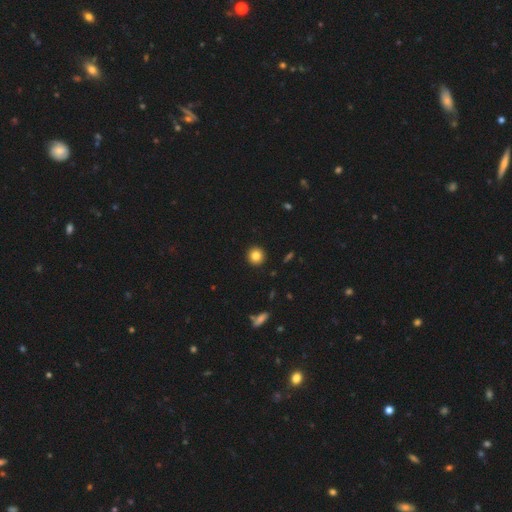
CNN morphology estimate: smooth-or-featured: smooth: 83% | star or artifact: 10% | featured or disk: 6%
  how-rounded: round: 95% | in between: 4% | cigar-shaped: 1%
  merging: none: 93% | minor disturbance: 4% | major disturbance: 1% | merger: 1%